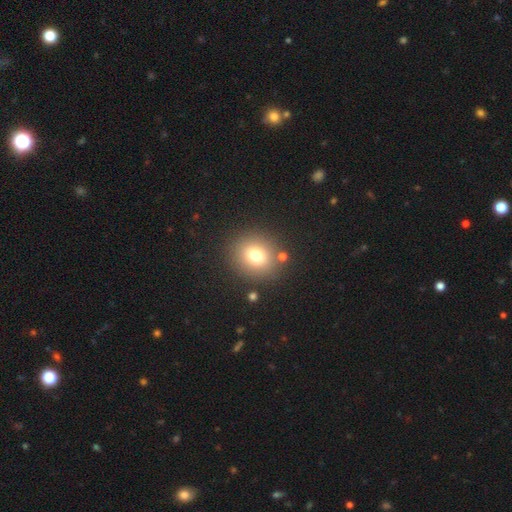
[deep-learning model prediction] Q: Smooth or featured?
A: smooth (75%); runner-up: star or artifact (15%)
Q: How rounded?
A: round (82%); runner-up: in between (17%)
Q: Merging?
A: none (84%); runner-up: minor disturbance (8%)